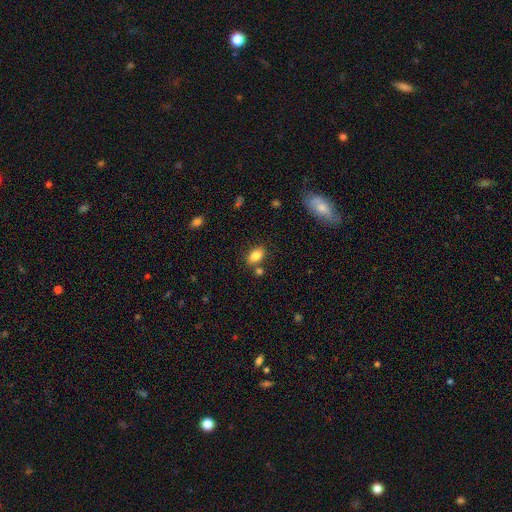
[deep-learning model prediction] smooth-or-featured: smooth: 84% | star or artifact: 8% | featured or disk: 7%
  how-rounded: in between: 89% | round: 8% | cigar-shaped: 3%
  merging: none: 77% | minor disturbance: 11% | merger: 9% | major disturbance: 3%